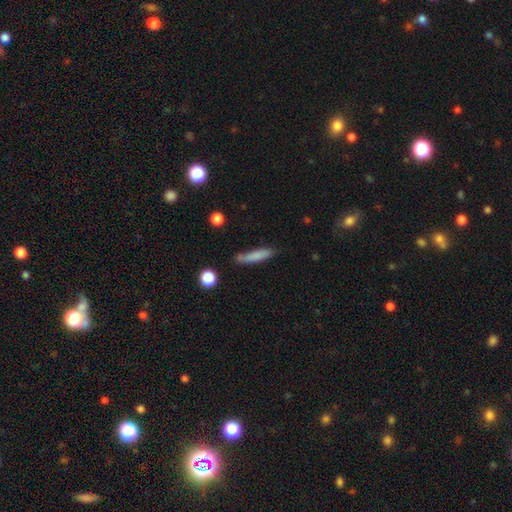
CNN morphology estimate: This appears to be a smooth galaxy with no disk features (77%) that is cigar-shaped (87%). Merging: none (71%).